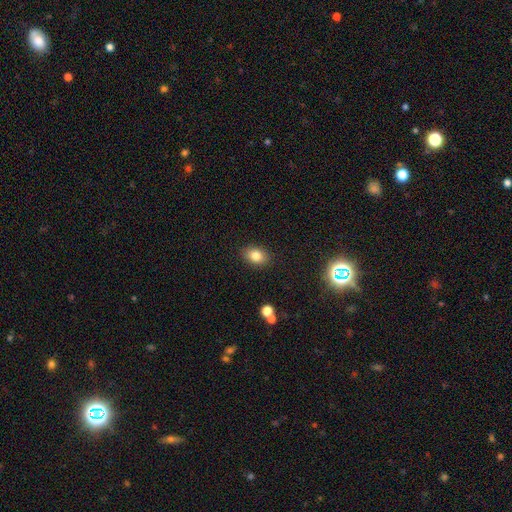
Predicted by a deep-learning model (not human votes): Smooth or featured? Predicted: smooth (p=0.82). How rounded? Predicted: in between (p=0.76). Merging? Predicted: none (p=0.87).